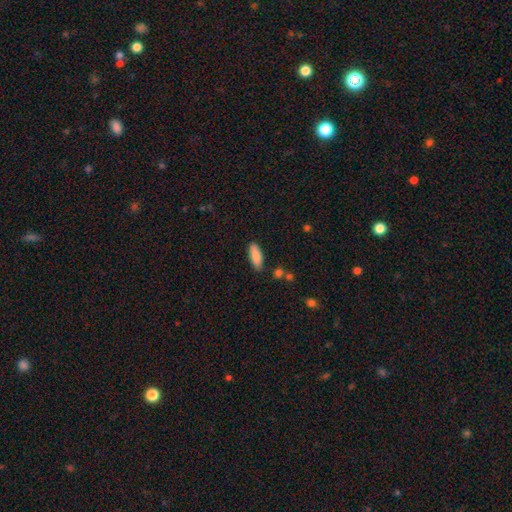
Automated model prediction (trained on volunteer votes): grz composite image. It shows a smooth galaxy with no disk features (87%) that is in between round and cigar-shaped (64%). Merging: none (85%).